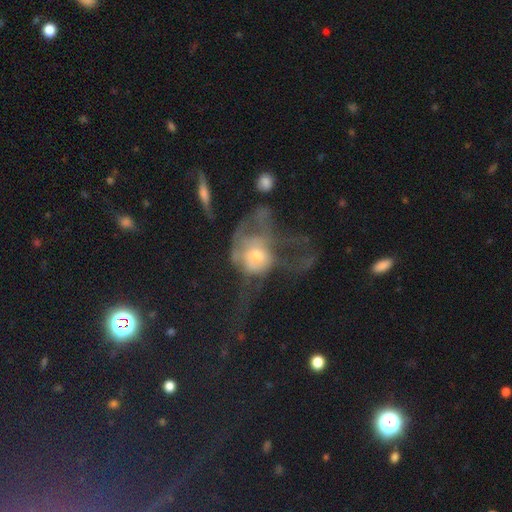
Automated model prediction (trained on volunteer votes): Smooth or featured? Predicted: featured or disk (p=0.53). Edge-on disk? Predicted: no (p=0.94). Merging? Predicted: major disturbance (p=0.63).